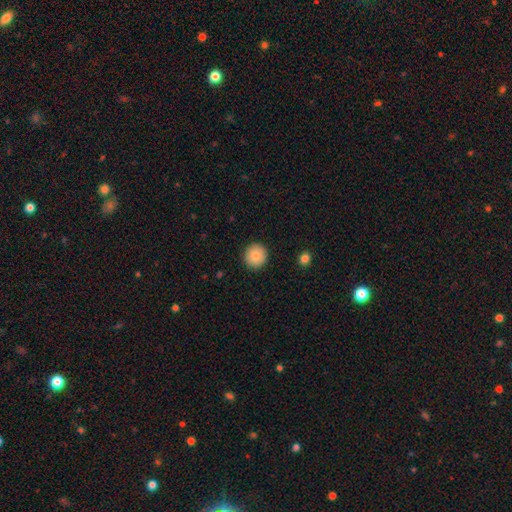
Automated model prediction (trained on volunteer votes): smooth_or_featured: smooth (p=0.85) [alt: star or artifact p=0.08]
how_rounded: round (p=0.92) [alt: in between p=0.07]
merging: none (p=0.92) [alt: minor disturbance p=0.06]